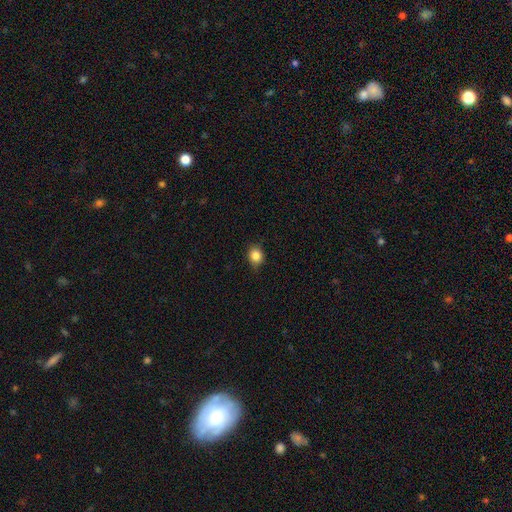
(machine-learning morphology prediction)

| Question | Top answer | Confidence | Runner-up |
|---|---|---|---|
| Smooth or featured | smooth | 85% | star or artifact (10%) |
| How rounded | round | 68% | in between (31%) |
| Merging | none | 80% | minor disturbance (17%) |